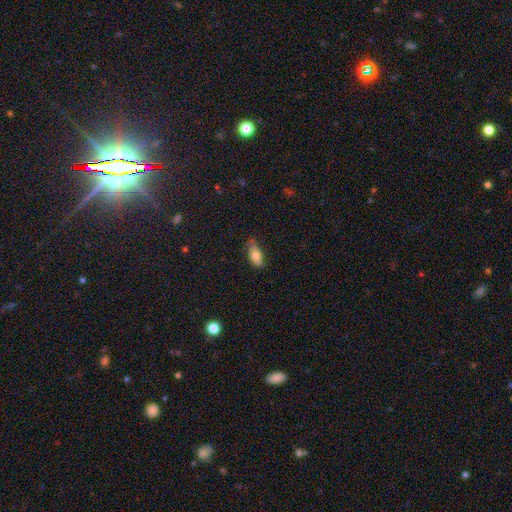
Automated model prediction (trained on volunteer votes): This appears to be a smooth galaxy with no disk features (73%) that is in between round and cigar-shaped (88%). Merging: none (64%).